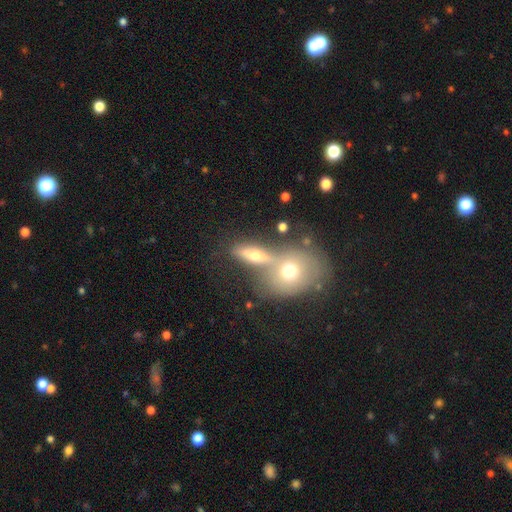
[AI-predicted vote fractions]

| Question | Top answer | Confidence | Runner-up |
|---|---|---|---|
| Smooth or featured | smooth | 52% | featured or disk (37%) |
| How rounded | in between | 54% | round (23%) |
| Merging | merger | 50% | none (34%) |